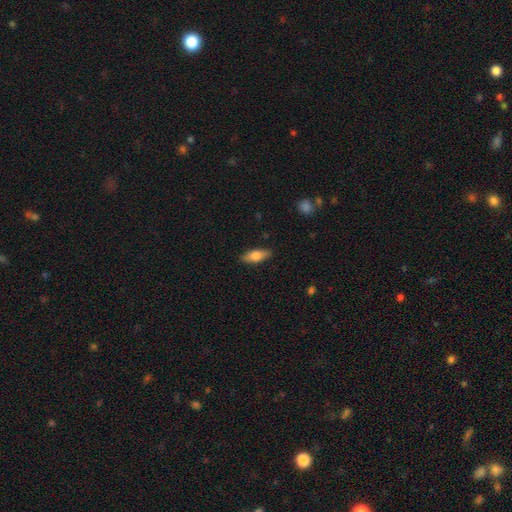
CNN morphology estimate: smooth_or_featured: smooth (p=0.71) [alt: featured or disk p=0.23]
how_rounded: in between (p=0.71) [alt: cigar-shaped p=0.26]
merging: none (p=0.87) [alt: minor disturbance p=0.10]